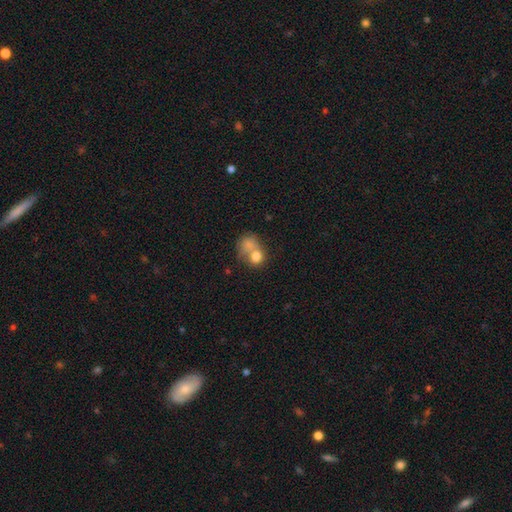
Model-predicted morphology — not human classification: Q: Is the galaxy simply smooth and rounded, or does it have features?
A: smooth — 70%.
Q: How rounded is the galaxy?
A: round — 66%.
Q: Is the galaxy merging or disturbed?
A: merger — 58%.